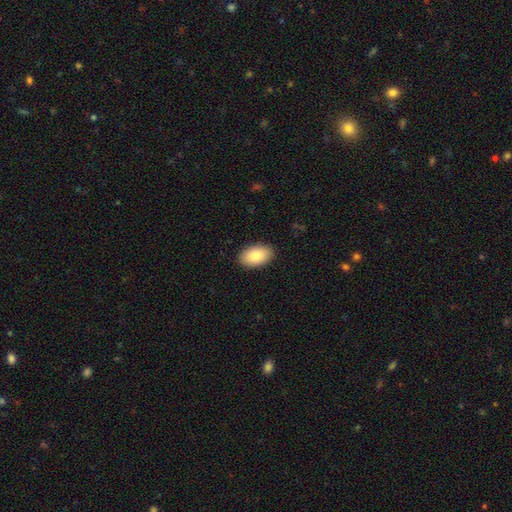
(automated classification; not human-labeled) A smooth galaxy with no disk features (85%) that is in between round and cigar-shaped (94%). Merging: none (89%).